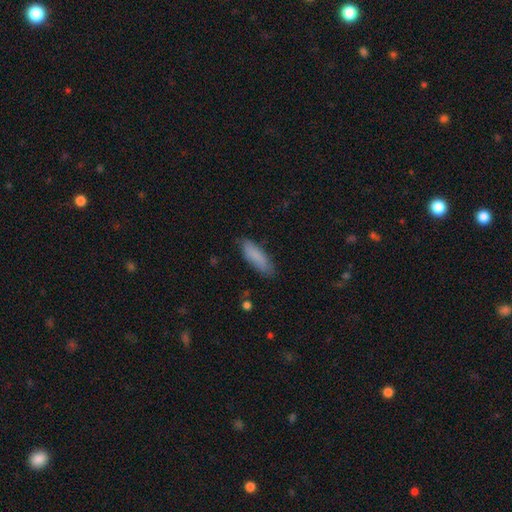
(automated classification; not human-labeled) smooth_or_featured: smooth (p=0.84) [alt: featured or disk p=0.09]
how_rounded: cigar-shaped (p=0.54) [alt: in between p=0.45]
merging: none (p=0.81) [alt: minor disturbance p=0.15]